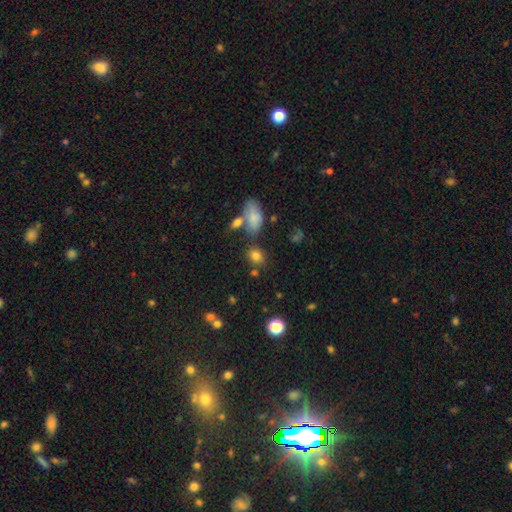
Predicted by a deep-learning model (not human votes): A smooth galaxy with no disk features (80%) that is in between round and cigar-shaped (51%).

Vote fractions:
- Smooth or featured? smooth: 80% / star or artifact: 12% / featured or disk: 8%
- How rounded? in between: 51% / round: 47% / cigar-shaped: 2%
- Merging? none: 69% / merger: 14% / minor disturbance: 13% / major disturbance: 5%